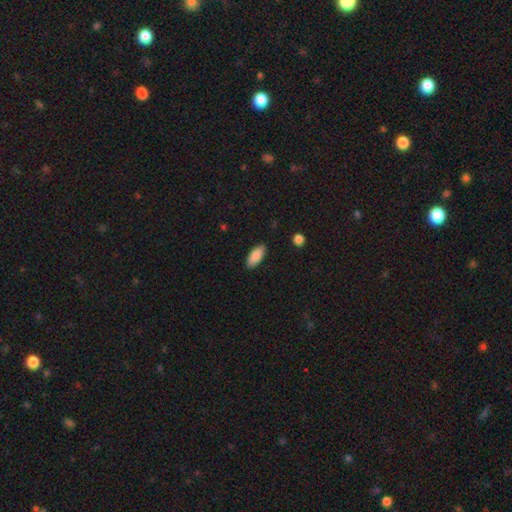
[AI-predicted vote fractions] smooth_or_featured: smooth (p=0.88) [alt: star or artifact p=0.06]
how_rounded: in between (p=0.88) [alt: cigar-shaped p=0.11]
merging: none (p=0.87) [alt: minor disturbance p=0.10]